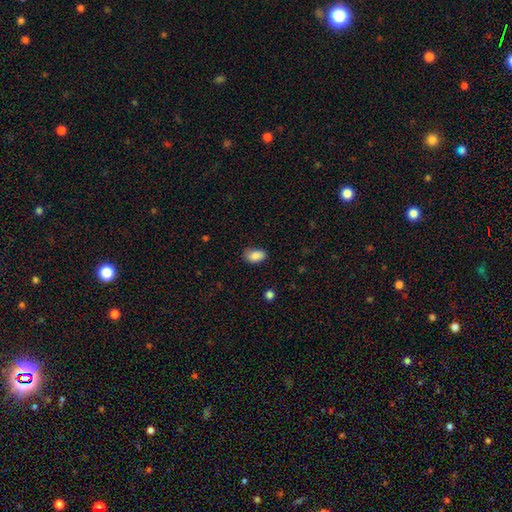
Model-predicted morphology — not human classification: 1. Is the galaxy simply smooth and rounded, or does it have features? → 88% smooth, 8% star or artifact, 4% featured or disk.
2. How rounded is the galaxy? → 89% in between, 10% round, 1% cigar-shaped.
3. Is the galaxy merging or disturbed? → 73% none, 21% minor disturbance, 4% major disturbance, 1% merger.